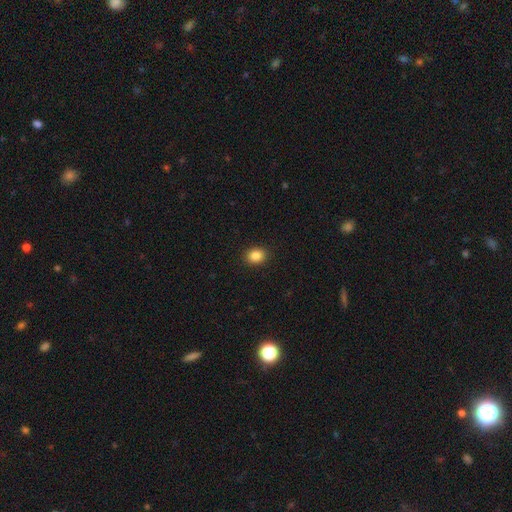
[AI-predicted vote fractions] smooth 86%, star or artifact 10%, featured or disk 4%. Down the decision tree: how rounded — round (61%); merging — none (91%).